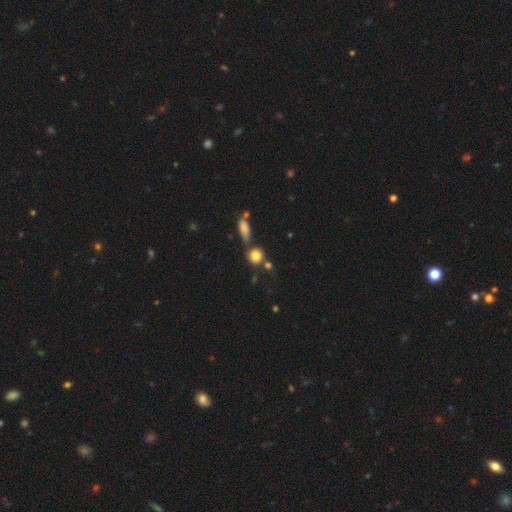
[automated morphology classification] A smooth galaxy with no disk features (81%) that is round (81%).

Vote fractions:
- Smooth or featured? smooth: 81% / star or artifact: 11% / featured or disk: 8%
- How rounded? round: 81% / in between: 16% / cigar-shaped: 3%
- Merging? none: 62% / merger: 21% / minor disturbance: 13% / major disturbance: 5%